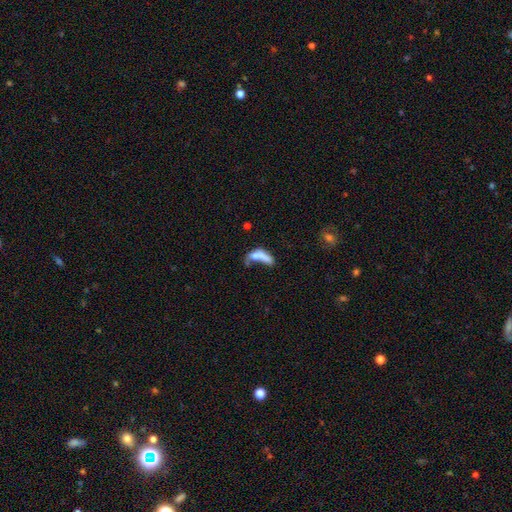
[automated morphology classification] Q: Smooth or featured?
A: smooth (58%); runner-up: featured or disk (30%)
Q: How rounded?
A: in between (51%); runner-up: cigar-shaped (43%)
Q: Merging?
A: merger (39%); runner-up: major disturbance (29%)